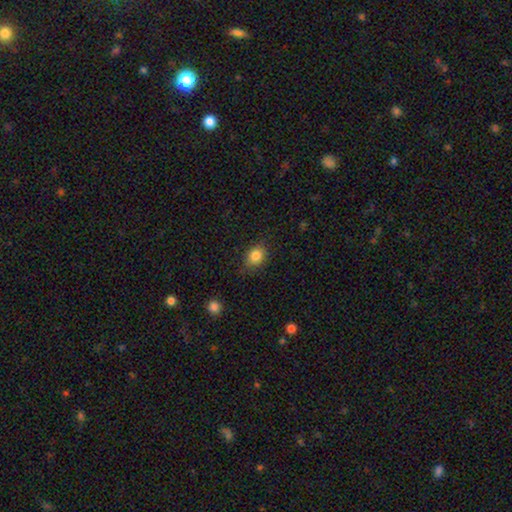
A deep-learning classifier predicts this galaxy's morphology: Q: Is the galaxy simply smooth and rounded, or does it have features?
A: smooth — 84%.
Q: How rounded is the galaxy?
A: in between — 56%.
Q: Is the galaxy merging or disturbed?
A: none — 81%.